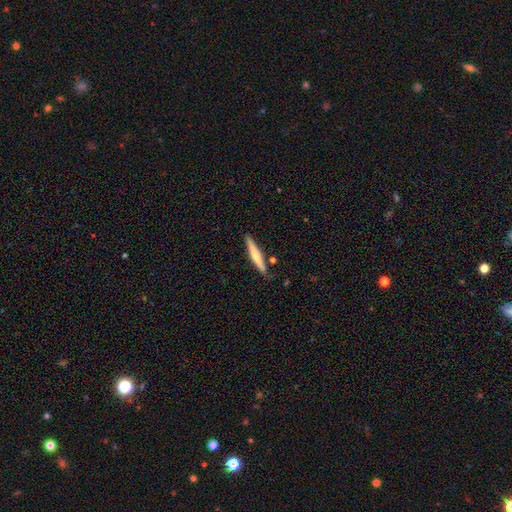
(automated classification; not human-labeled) Overall: smooth (56%; featured or disk 38%). How rounded: cigar-shaped (93%). Merging: none (83%).